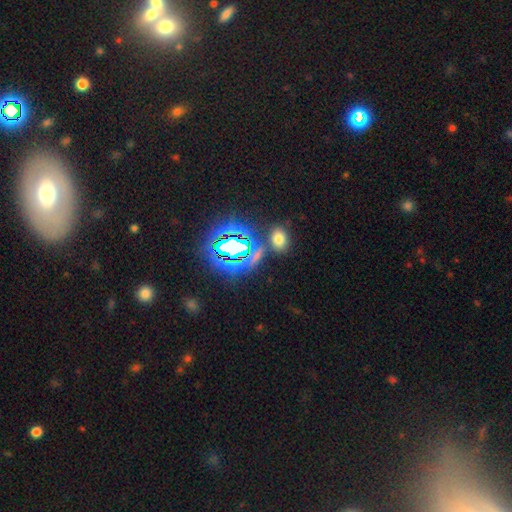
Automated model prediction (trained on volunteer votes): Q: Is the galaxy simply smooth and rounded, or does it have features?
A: star or artifact — 58%.